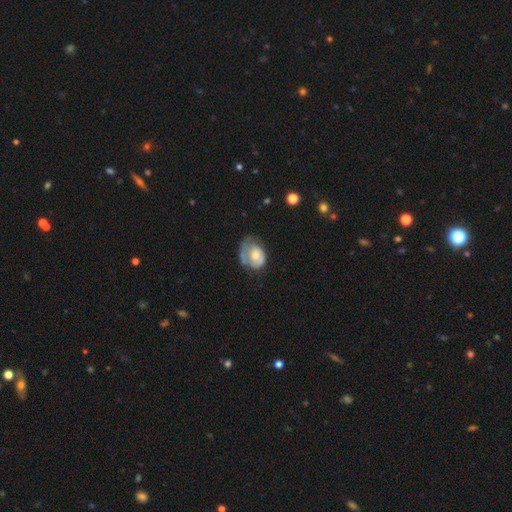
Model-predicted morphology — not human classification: Smooth or featured? Predicted: featured or disk (p=0.55). Edge-on disk? Predicted: no (p=0.97). Bar? Predicted: no (p=0.78). Spiral arms? Predicted: yes (p=0.69). Bulge size? Predicted: moderate (p=0.50). Merging? Predicted: none (p=0.37).